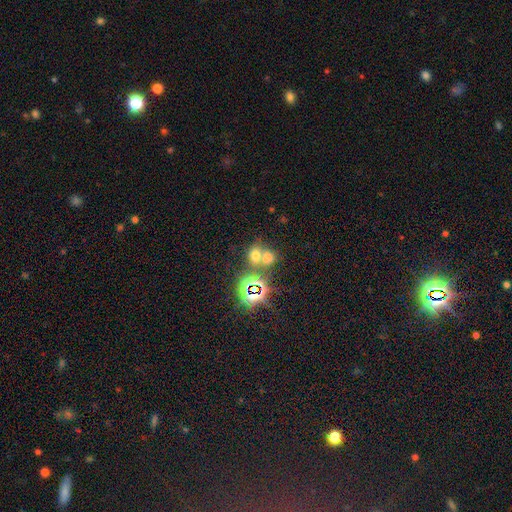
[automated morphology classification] A smooth galaxy with no disk features (52%) that is round (52%). Merging: merger (46%).